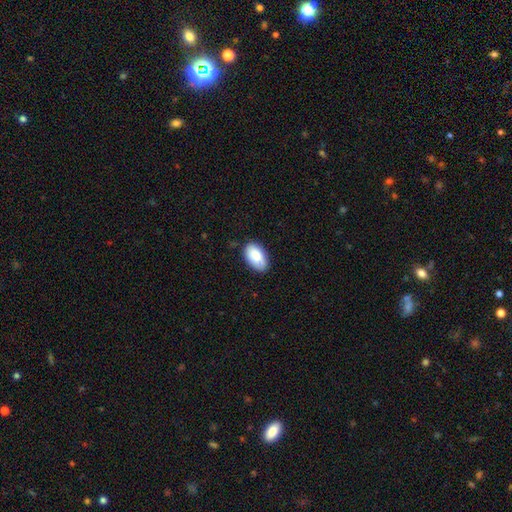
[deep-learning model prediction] smooth-or-featured: smooth: 85% | featured or disk: 9% | star or artifact: 6%
  how-rounded: in between: 95% | round: 4% | cigar-shaped: 2%
  merging: none: 84% | minor disturbance: 13% | major disturbance: 2% | merger: 1%